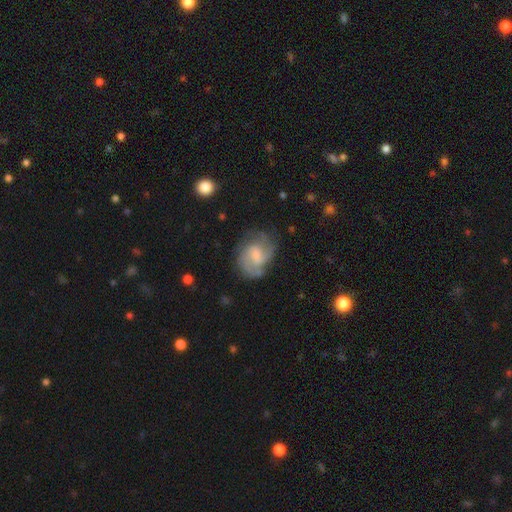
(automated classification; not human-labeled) A featured or disk galaxy (72%) with a weak bar (58%), 2 (50%) medium (50%) spiral arms (92%) and a small central bulge (38%).

Vote fractions:
- Smooth or featured? featured or disk: 72% / smooth: 21% / star or artifact: 7%
- Edge-on disk? no: 98% / yes: 2%
- Bar? weak: 58% / no: 30% / strong: 12%
- Spiral arms? yes: 92% / no: 8%
- Spiral winding? medium: 50% / tight: 30% / loose: 21%
- Spiral arm count? 2: 50% / can't tell: 19% / 3: 19% / 1: 5% / 4: 4% / more than 4: 3%
- Bulge size? small: 38% / moderate: 37% / none: 17% / large: 7% / dominant: 1%
- Merging? none: 64% / minor disturbance: 22% / major disturbance: 13% / merger: 2%